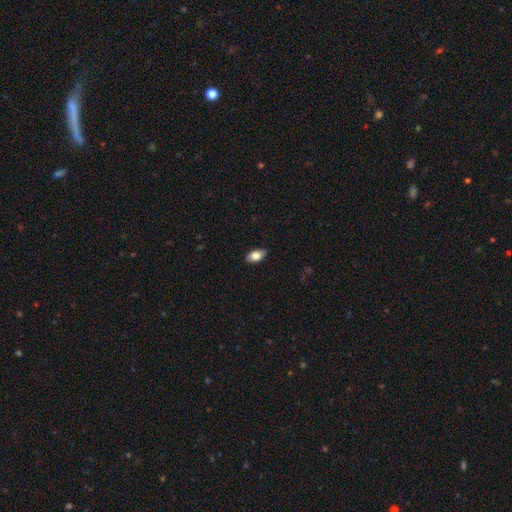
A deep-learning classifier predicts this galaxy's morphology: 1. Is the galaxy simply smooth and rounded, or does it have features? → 80% smooth, 13% featured or disk, 7% star or artifact.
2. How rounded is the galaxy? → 92% in between, 5% round, 3% cigar-shaped.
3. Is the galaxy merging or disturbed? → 88% none, 9% minor disturbance, 2% major disturbance, 1% merger.